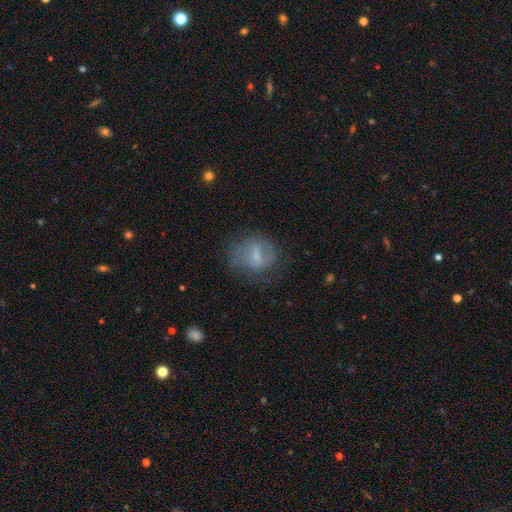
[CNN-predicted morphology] A smooth galaxy with no disk features (51%) that is round (59%). Merging: none (59%).